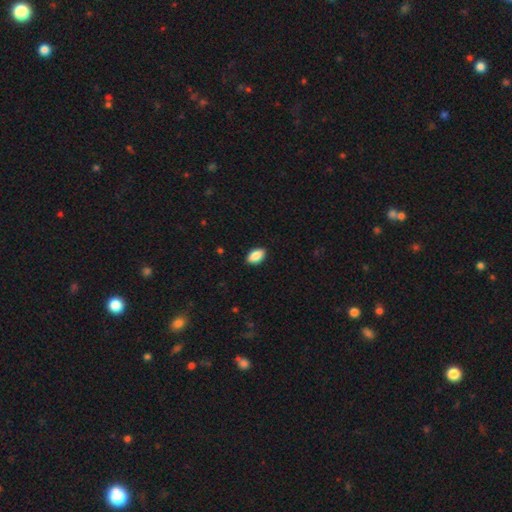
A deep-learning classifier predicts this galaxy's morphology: Q: Smooth or featured?
A: smooth (88%); runner-up: star or artifact (7%)
Q: How rounded?
A: in between (92%); runner-up: round (5%)
Q: Merging?
A: none (89%); runner-up: minor disturbance (8%)